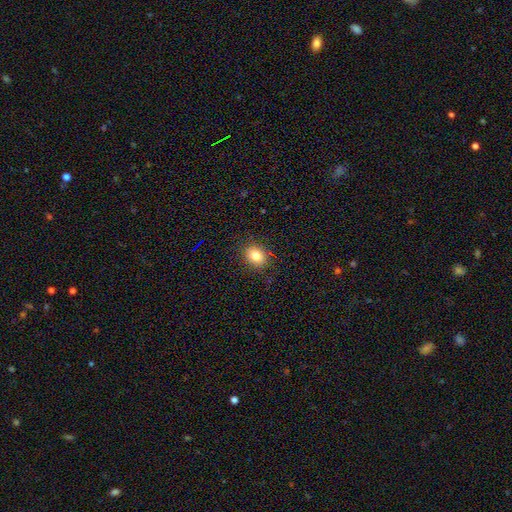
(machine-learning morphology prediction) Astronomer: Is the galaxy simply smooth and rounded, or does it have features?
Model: smooth — 81%.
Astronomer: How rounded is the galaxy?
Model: round — 54% (runner-up: in between, 45%).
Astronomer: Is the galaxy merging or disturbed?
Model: none — 88%.